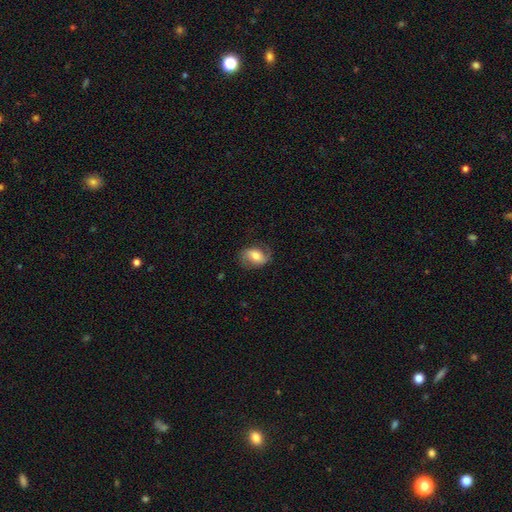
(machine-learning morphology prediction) Q: Smooth or featured?
A: smooth (52%); runner-up: featured or disk (40%)
Q: How rounded?
A: in between (75%); runner-up: round (23%)
Q: Merging?
A: none (68%); runner-up: minor disturbance (21%)